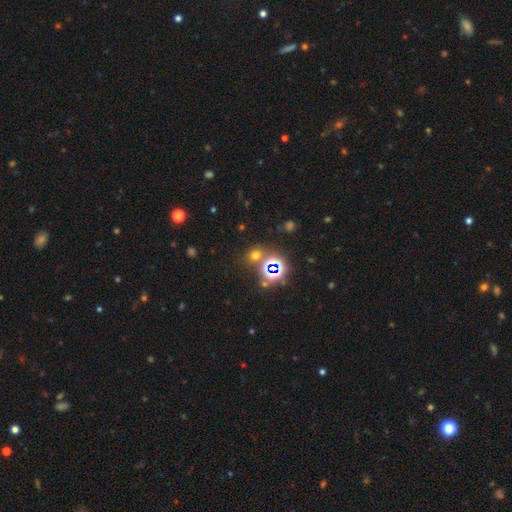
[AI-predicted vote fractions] Smooth or featured?
  - smooth: 50% *
  - star or artifact: 44%
  - featured or disk: 7%
Merging?
  - none: 76% *
  - merger: 11%
  - minor disturbance: 9%
  - major disturbance: 4%